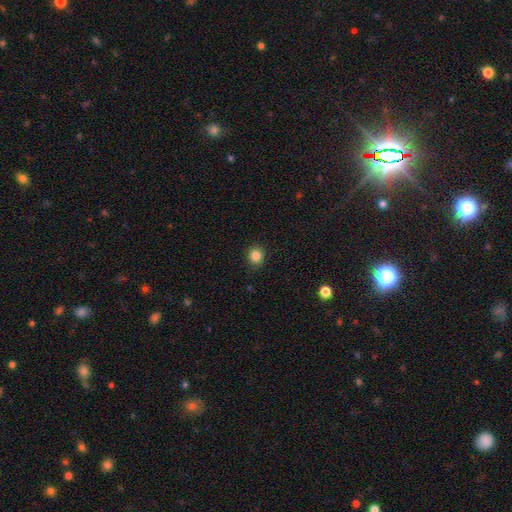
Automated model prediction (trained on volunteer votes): This appears to be a smooth galaxy with no disk features (85%) that is round (84%). Merging: none (88%).